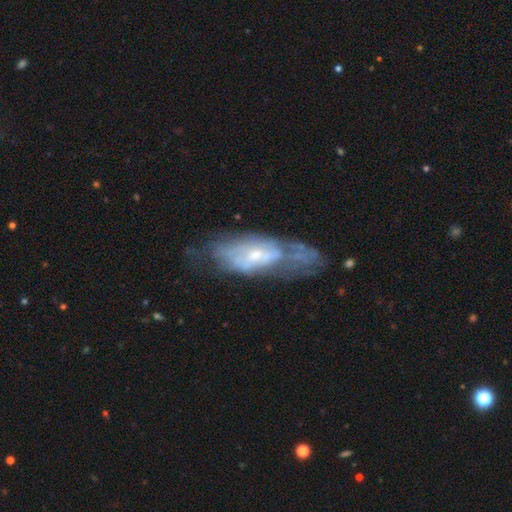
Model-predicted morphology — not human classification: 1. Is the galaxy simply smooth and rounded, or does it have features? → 65% featured or disk, 27% smooth, 9% star or artifact.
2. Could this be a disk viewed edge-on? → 84% no, 16% yes.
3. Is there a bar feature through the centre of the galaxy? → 61% no, 30% weak, 8% strong.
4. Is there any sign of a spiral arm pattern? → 58% no, 42% yes.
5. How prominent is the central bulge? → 54% small, 36% moderate, 5% none, 3% large, 1% dominant.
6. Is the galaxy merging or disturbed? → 40% none, 27% minor disturbance, 26% major disturbance, 7% merger.